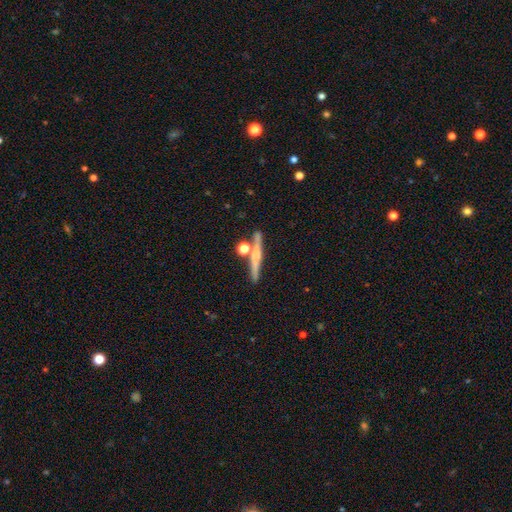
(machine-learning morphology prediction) Smooth or featured: featured or disk — 50% (smooth — 40%)
Edge-on disk: yes — 92% (no — 8%)
Merging: none — 74% (merger — 12%)